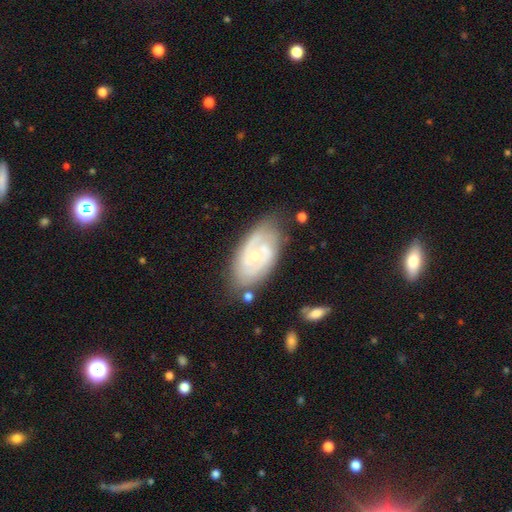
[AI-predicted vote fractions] Smooth or featured?
  - featured or disk: 82% *
  - smooth: 13%
  - star or artifact: 6%
Edge-on disk?
  - no: 95% *
  - yes: 5%
Bar?
  - no: 60% *
  - weak: 33%
  - strong: 7%
Spiral arms?
  - yes: 90% *
  - no: 10%
Spiral winding?
  - tight: 56% *
  - medium: 35%
  - loose: 9%
Spiral arm count?
  - 2: 61% *
  - can't tell: 21%
  - 3: 9%
  - 1: 4%
  - 4: 2%
  - more than 4: 2%
Bulge size?
  - small: 55% *
  - moderate: 41%
  - large: 1%
  - none: 1%
  - dominant: 1%
Merging?
  - none: 72% *
  - minor disturbance: 19%
  - major disturbance: 5%
  - merger: 3%